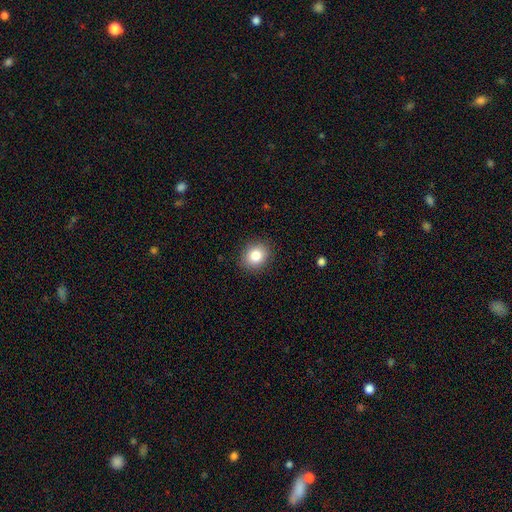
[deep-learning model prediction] smooth-or-featured: smooth: 83% | star or artifact: 9% | featured or disk: 7%
  how-rounded: round: 63% | in between: 36% | cigar-shaped: 1%
  merging: none: 89% | minor disturbance: 8% | major disturbance: 2% | merger: 1%